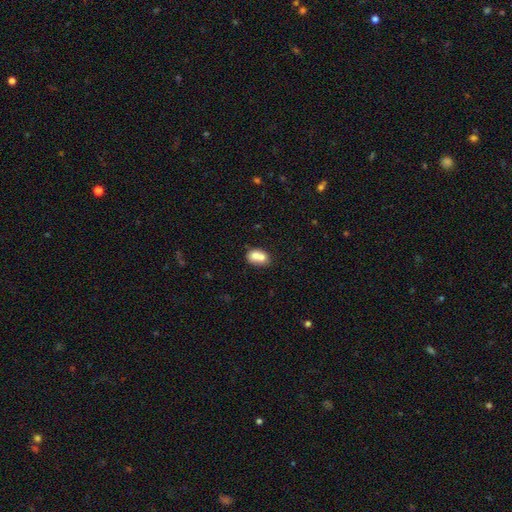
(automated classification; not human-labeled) smooth 69%, featured or disk 23%, star or artifact 8%. Down the decision tree: how rounded — in between (58%); merging — merger (63%).